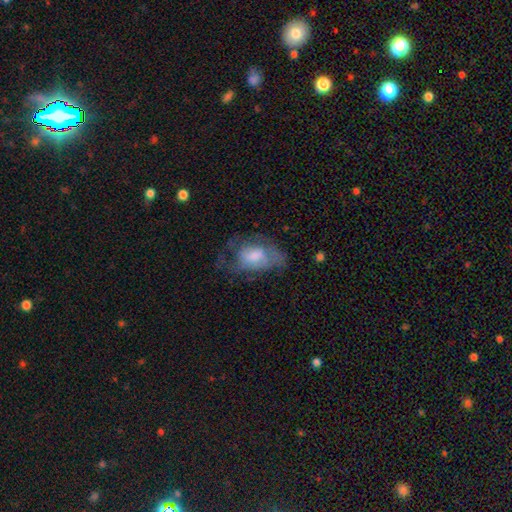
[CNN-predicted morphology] Smooth or featured? Predicted: featured or disk (p=0.50). Edge-on disk? Predicted: no (p=0.94). Merging? Predicted: none (p=0.41).